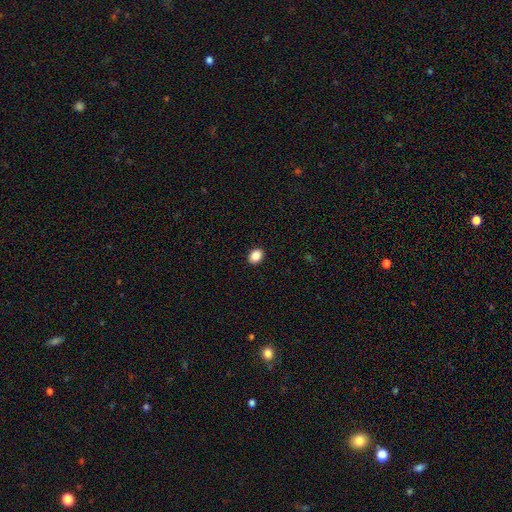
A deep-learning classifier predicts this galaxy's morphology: type=smooth (88%); roundness=in between (57%); merging=none (91%).